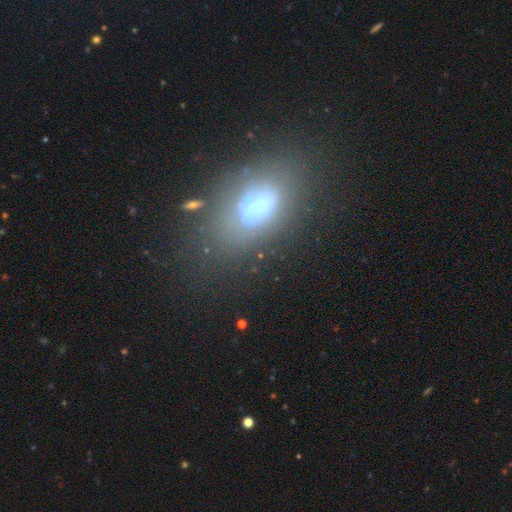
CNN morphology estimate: Smooth or featured?
  - smooth: 51% *
  - featured or disk: 33%
  - star or artifact: 16%
How rounded?
  - in between: 87% *
  - round: 8%
  - cigar-shaped: 5%
Merging?
  - none: 68% *
  - minor disturbance: 19%
  - major disturbance: 10%
  - merger: 4%